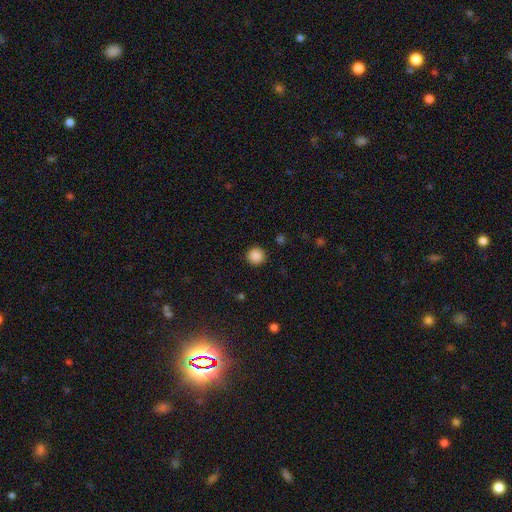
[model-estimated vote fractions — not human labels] Q: Smooth or featured?
A: smooth (88%); runner-up: star or artifact (10%)
Q: How rounded?
A: round (94%); runner-up: in between (5%)
Q: Merging?
A: none (92%); runner-up: minor disturbance (5%)